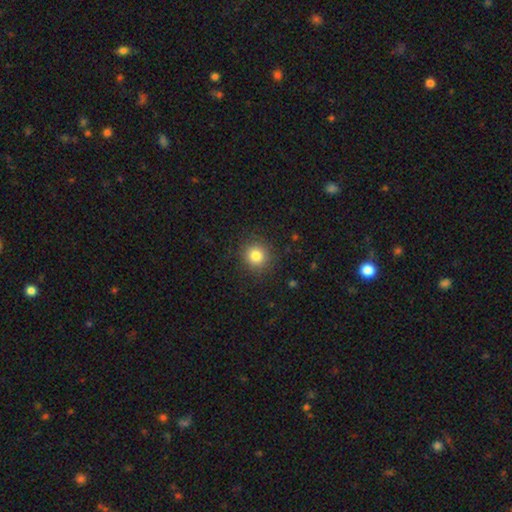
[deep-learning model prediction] Q: Smooth or featured?
A: smooth (82%); runner-up: star or artifact (12%)
Q: How rounded?
A: round (93%); runner-up: in between (6%)
Q: Merging?
A: none (89%); runner-up: minor disturbance (7%)